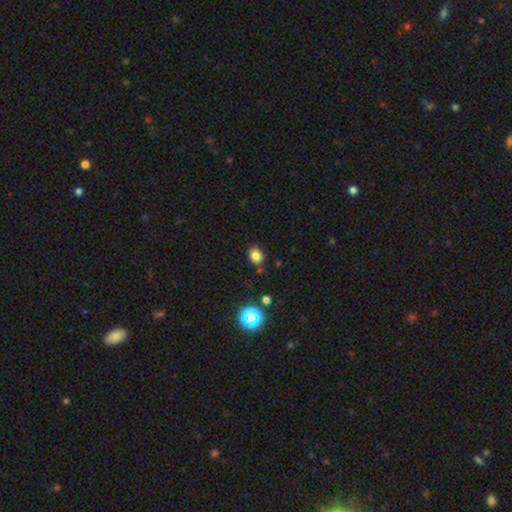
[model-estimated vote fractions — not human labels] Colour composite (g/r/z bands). It shows a smooth galaxy with no disk features (81%) that is round (55%). Merging: none (83%).